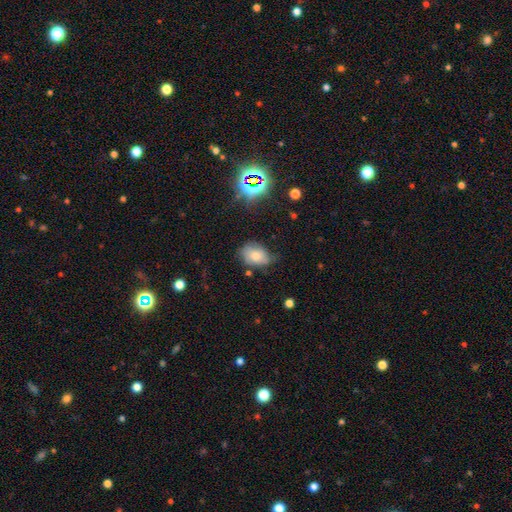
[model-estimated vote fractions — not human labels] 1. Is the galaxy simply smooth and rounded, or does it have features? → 69% smooth, 18% featured or disk, 14% star or artifact.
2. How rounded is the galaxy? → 72% in between, 26% round, 1% cigar-shaped.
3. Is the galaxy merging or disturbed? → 54% none, 34% minor disturbance, 9% major disturbance, 3% merger.